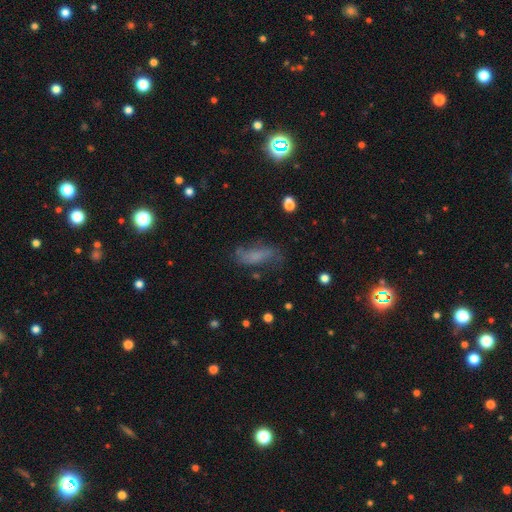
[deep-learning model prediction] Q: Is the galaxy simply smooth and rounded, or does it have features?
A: smooth — 53%.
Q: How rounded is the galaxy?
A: in between — 64%.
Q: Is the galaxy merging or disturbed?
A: none — 55%.